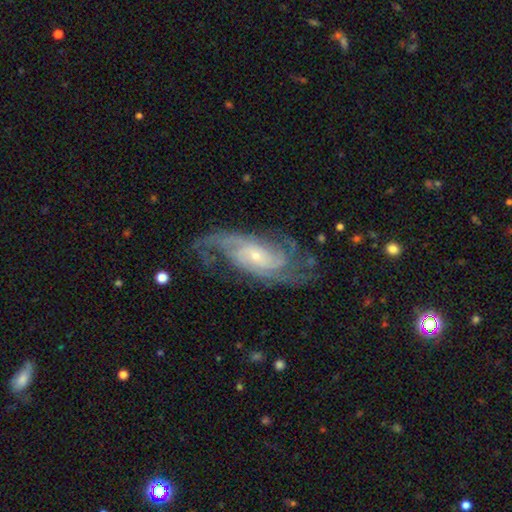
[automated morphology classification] This is clearly a featured or disk galaxy (89%). It is clearly not viewed edge-on (95%). Bar: likely no (61%). Spiral arm pattern: clearly yes (97%). Spiral arm count: marginally 2 (36%). Spiral winding: marginally medium (43%). Central bulge: likely small (76%). Merging: likely none (67%).